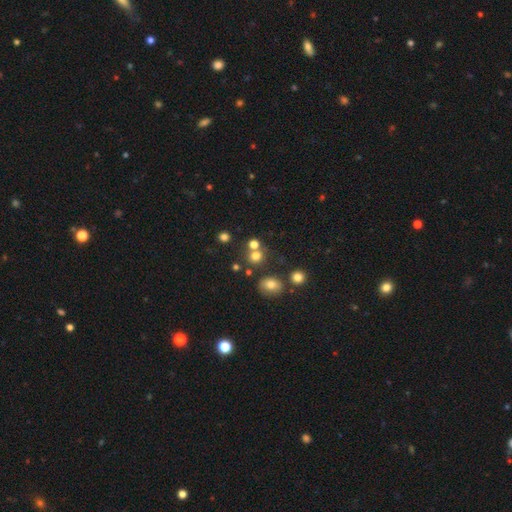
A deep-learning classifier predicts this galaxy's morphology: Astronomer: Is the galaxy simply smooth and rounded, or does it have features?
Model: smooth — 72%.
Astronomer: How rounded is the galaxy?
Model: round — 82%.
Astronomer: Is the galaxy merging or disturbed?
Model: none — 64%.